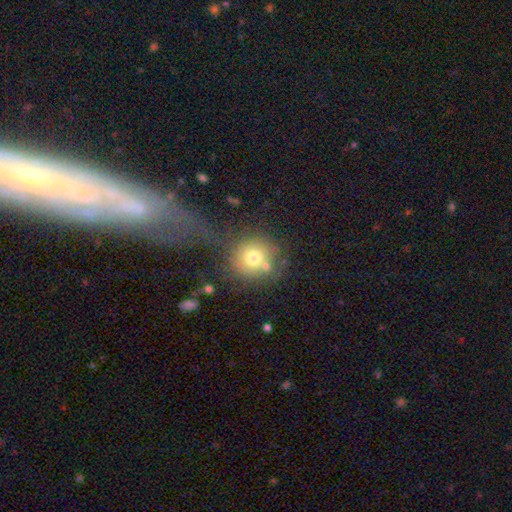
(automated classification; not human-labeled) Smooth or featured?
  - smooth: 70% *
  - featured or disk: 18%
  - star or artifact: 12%
How rounded?
  - round: 89% *
  - in between: 10%
  - cigar-shaped: 1%
Merging?
  - none: 50% *
  - merger: 17%
  - major disturbance: 17%
  - minor disturbance: 16%